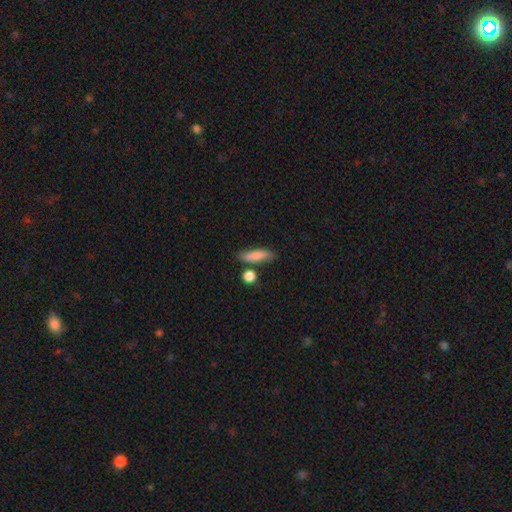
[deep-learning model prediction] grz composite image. It shows a smooth galaxy with no disk features (81%) that is cigar-shaped (54%). Merging: none (73%).